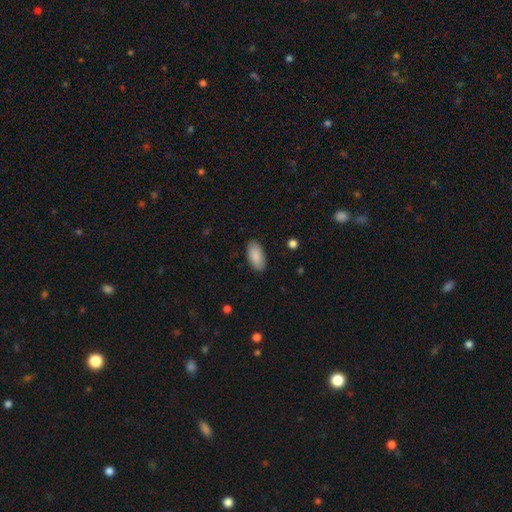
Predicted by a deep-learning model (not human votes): Smooth or featured? smooth (89%)
How rounded? in between (93%)
Merging? none (87%)